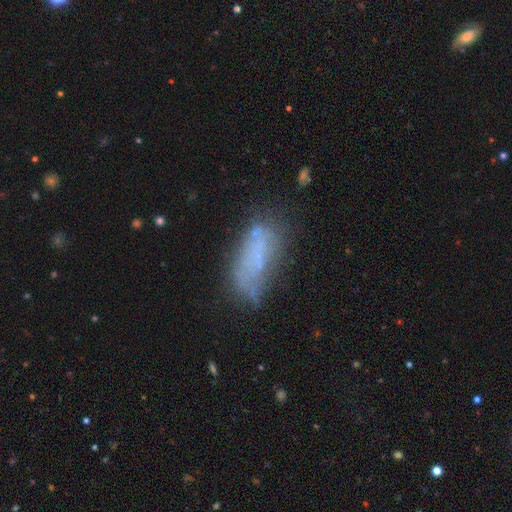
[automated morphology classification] Smooth or featured: smooth — 52% (featured or disk — 36%)
How rounded: in between — 74% (cigar-shaped — 23%)
Merging: none — 49% (minor disturbance — 27%)